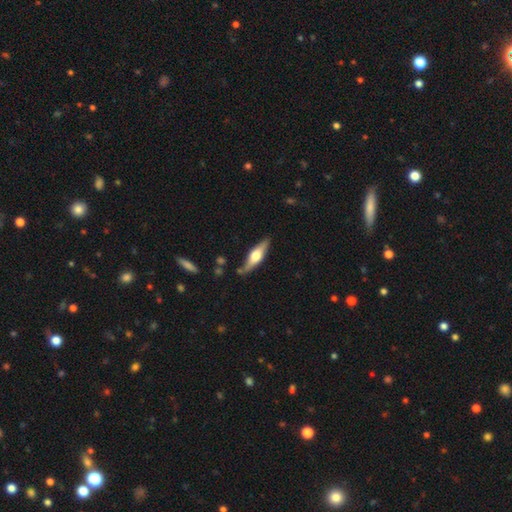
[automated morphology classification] Smooth or featured? featured or disk (60%)
Edge-on disk? yes (93%)
Edge-on bulge? rounded (92%)
Merging? none (82%)